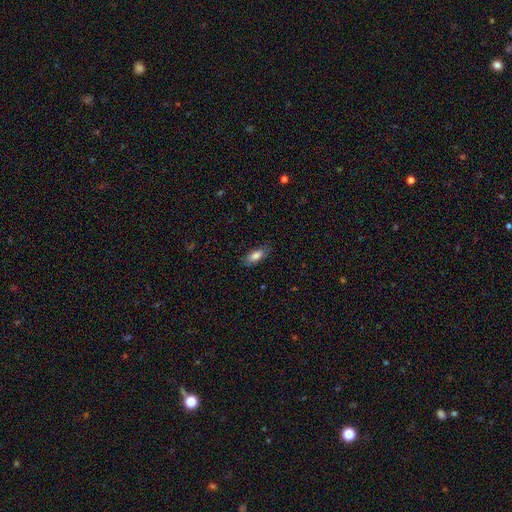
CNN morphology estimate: Smooth or featured? smooth (83%)
How rounded? in between (78%)
Merging? none (83%)